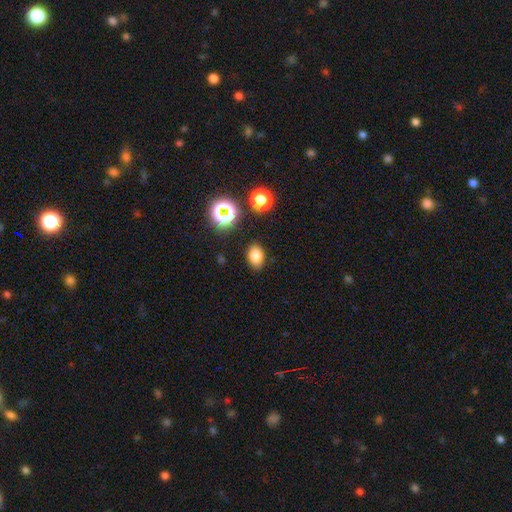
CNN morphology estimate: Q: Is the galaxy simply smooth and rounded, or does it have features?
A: smooth — 80%.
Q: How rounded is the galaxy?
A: in between — 79%.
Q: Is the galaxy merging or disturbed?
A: none — 86%.